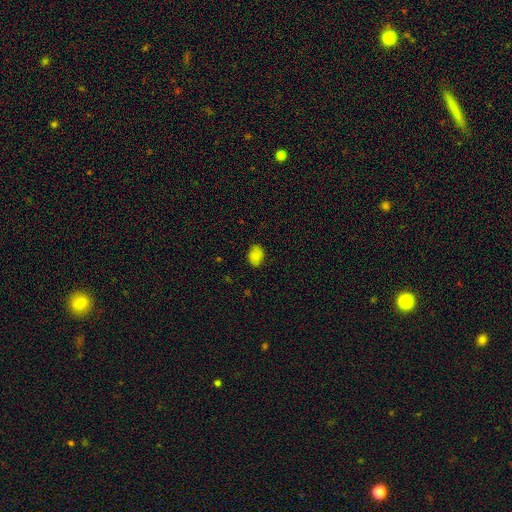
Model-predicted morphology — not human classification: Overall: smooth (84%). How rounded: in between (75%). Merging: none (80%).